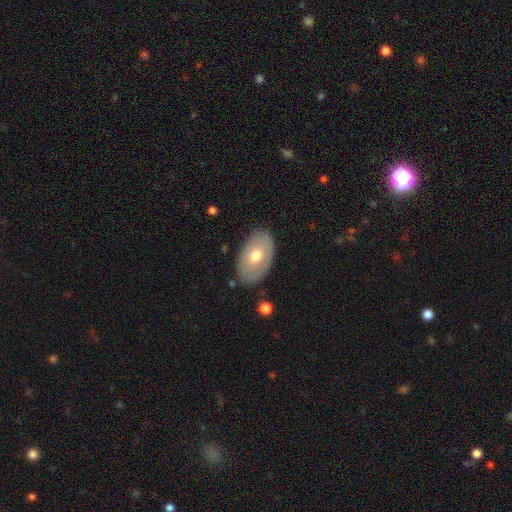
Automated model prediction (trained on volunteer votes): Smooth or featured?
  - smooth: 57% *
  - featured or disk: 38%
  - star or artifact: 6%
How rounded?
  - in between: 91% *
  - round: 8%
  - cigar-shaped: 1%
Merging?
  - none: 84% *
  - minor disturbance: 12%
  - major disturbance: 3%
  - merger: 2%